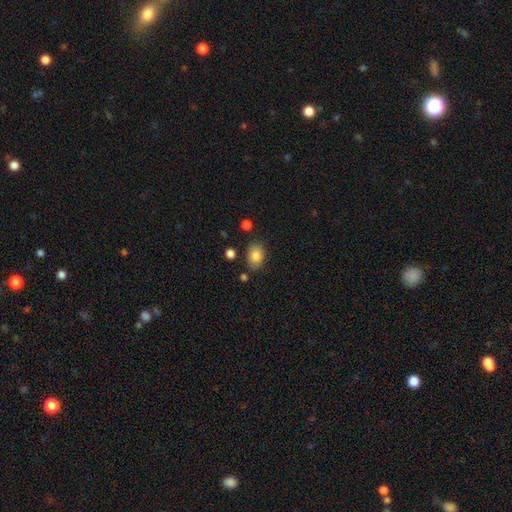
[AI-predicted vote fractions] A smooth galaxy with no disk features (83%) that is in between round and cigar-shaped (80%).

Vote fractions:
- Smooth or featured? smooth: 83% / star or artifact: 8% / featured or disk: 8%
- How rounded? in between: 80% / round: 19% / cigar-shaped: 1%
- Merging? none: 79% / minor disturbance: 14% / merger: 4% / major disturbance: 3%